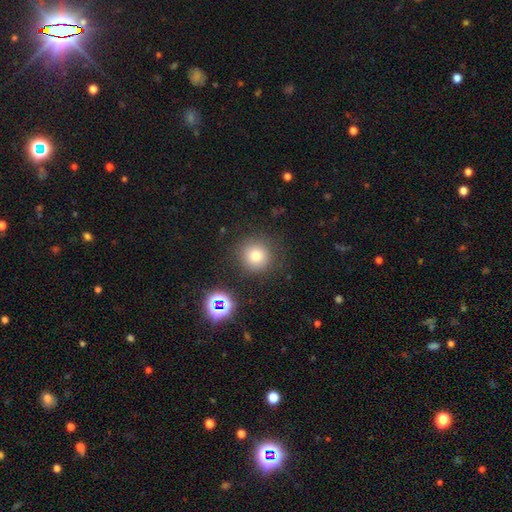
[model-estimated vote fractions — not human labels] Morphology: type=smooth (75%); roundness=round (93%); merging=none (85%).